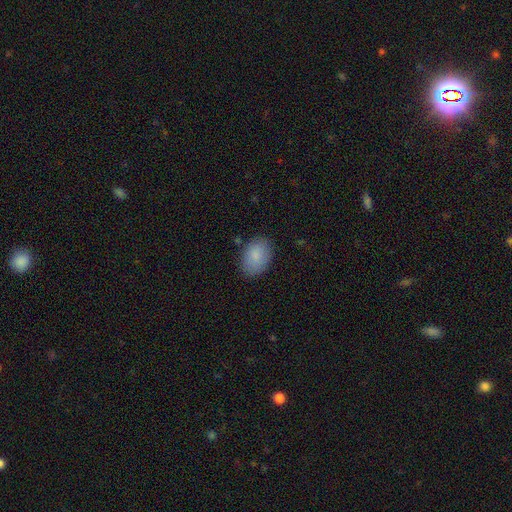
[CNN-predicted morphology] type=smooth (87%); roundness=in between (84%); merging=none (83%).